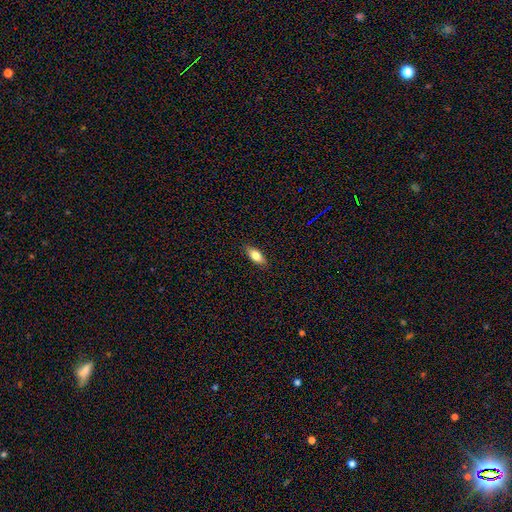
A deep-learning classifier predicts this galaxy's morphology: Smooth or featured: smooth — 77% (featured or disk — 15%)
How rounded: in between — 81% (cigar-shaped — 16%)
Merging: none — 88% (minor disturbance — 10%)